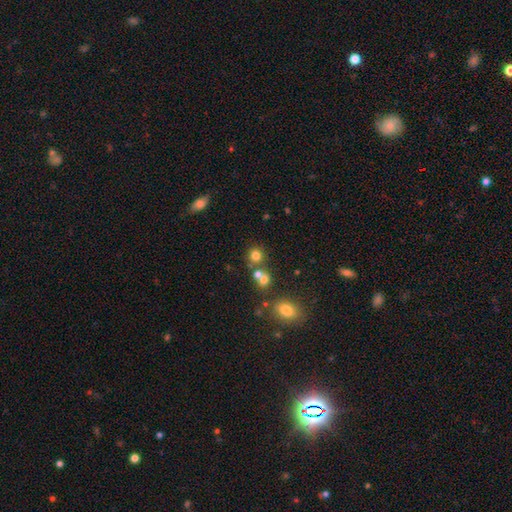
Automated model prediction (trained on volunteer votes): Overall: smooth (74%). How rounded: round (87%). Merging: none (64%; merger 25%).